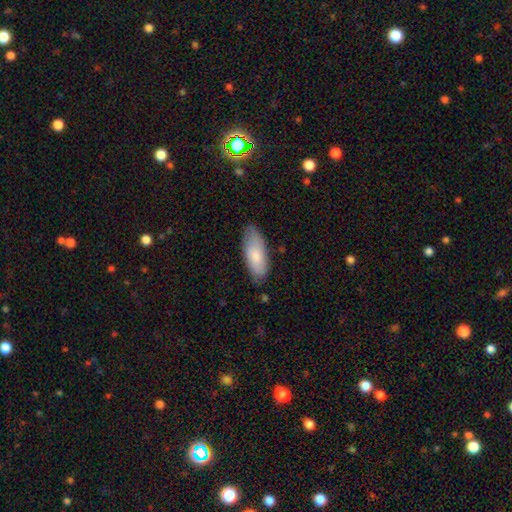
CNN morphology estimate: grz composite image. It shows a smooth galaxy with no disk features (79%) that is in between round and cigar-shaped (79%). Merging: none (76%).